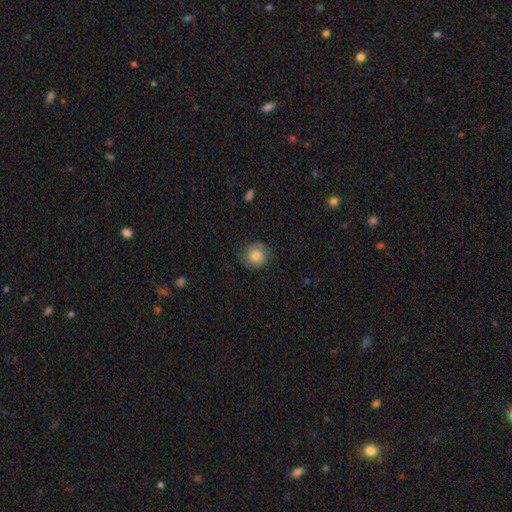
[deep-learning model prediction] Smooth or featured? smooth (65%)
How rounded? round (82%)
Merging? none (76%)